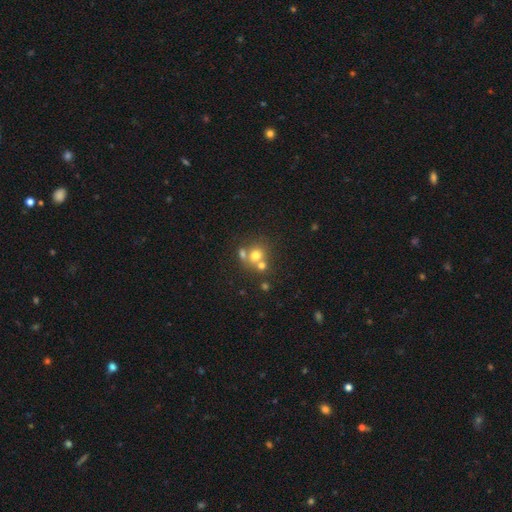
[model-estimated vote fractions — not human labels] A smooth galaxy with no disk features (66%) that is round (81%). Merging: none (44%, tied with merger).